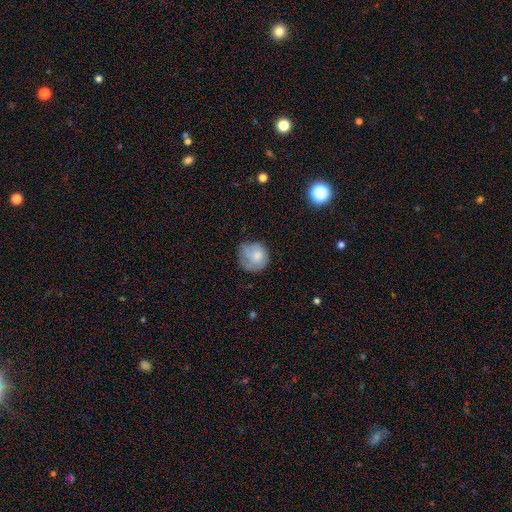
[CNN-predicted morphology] type=smooth (69%); roundness=round (84%); merging=none (52%).